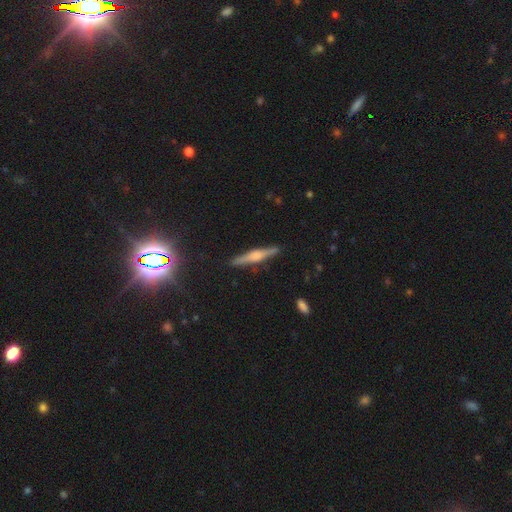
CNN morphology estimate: type=featured or disk (68%); edge-on=yes (98%); edge-on bulge=rounded (72%); merging=none (90%).